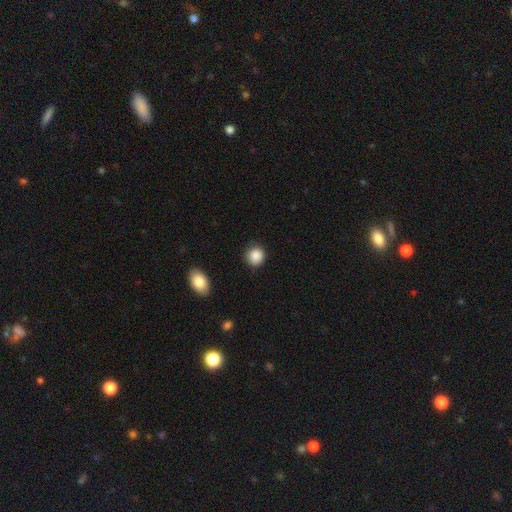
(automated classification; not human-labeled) smooth 88%, star or artifact 8%, featured or disk 4%. Down the decision tree: how rounded — round (89%); merging — none (83%).